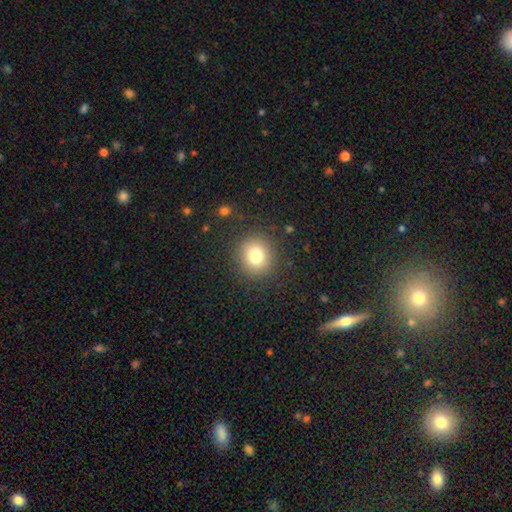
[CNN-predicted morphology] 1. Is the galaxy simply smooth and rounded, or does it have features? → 78% smooth, 13% star or artifact, 9% featured or disk.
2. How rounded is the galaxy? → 88% round, 11% in between, 1% cigar-shaped.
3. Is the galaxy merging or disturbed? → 88% none, 7% minor disturbance, 3% major disturbance, 1% merger.